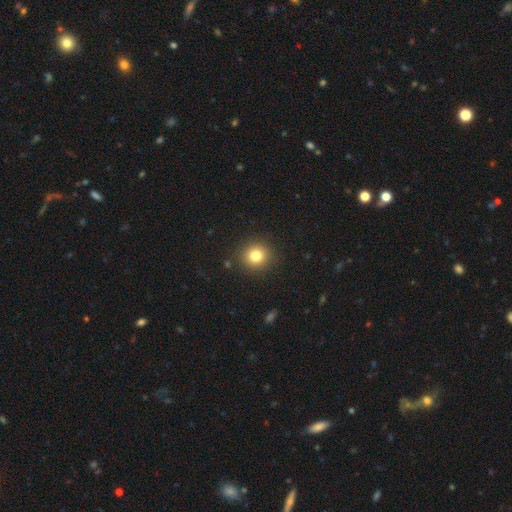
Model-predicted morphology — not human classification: A smooth galaxy with no disk features (81%) that is round (89%). Merging: none (90%).